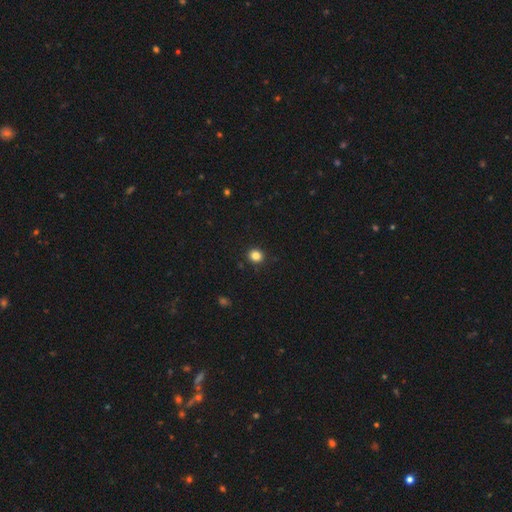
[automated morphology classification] This is clearly a smooth galaxy (84%). How rounded: clearly round (86%). Merging: clearly none (91%).